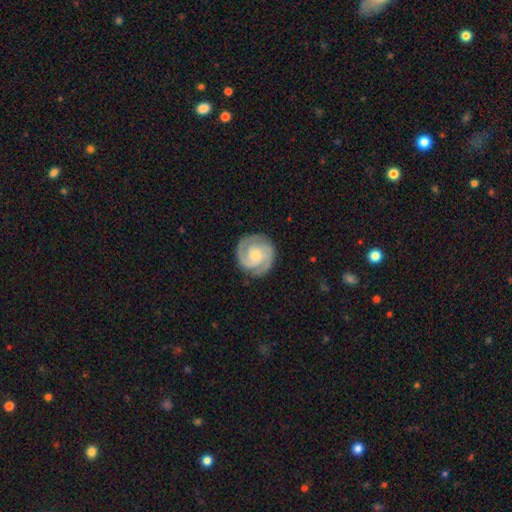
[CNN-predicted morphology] Smooth or featured? Predicted: featured or disk (p=0.85). Edge-on disk? Predicted: no (p=0.98). Bar? Predicted: no (p=0.65). Spiral arms? Predicted: yes (p=0.98). Spiral winding? Predicted: tight (p=0.64). Spiral arm count? Predicted: 2 (p=0.81). Bulge size? Predicted: moderate (p=0.39, tied with small). Merging? Predicted: none (p=0.85).